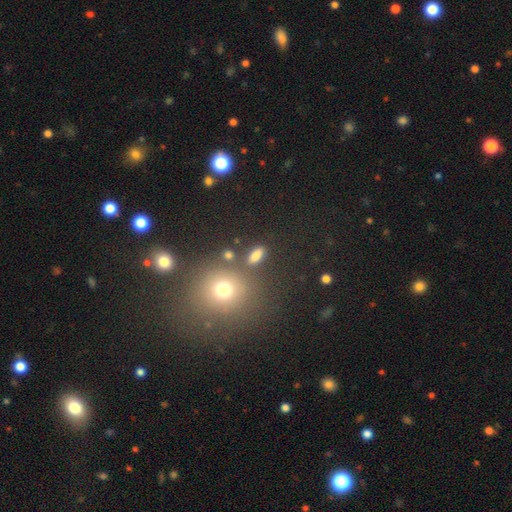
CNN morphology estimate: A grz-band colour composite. It shows a smooth galaxy with no disk features (80%) that is in between round and cigar-shaped (77%). Merging: none (81%).